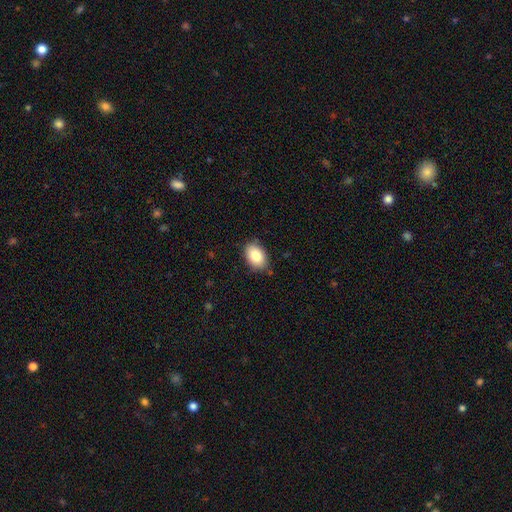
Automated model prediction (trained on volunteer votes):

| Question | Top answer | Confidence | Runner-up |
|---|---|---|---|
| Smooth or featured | smooth | 84% | featured or disk (8%) |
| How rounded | in between | 87% | round (12%) |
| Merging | none | 84% | minor disturbance (13%) |